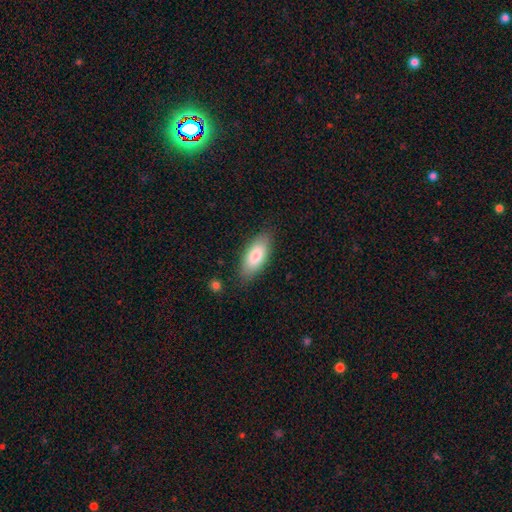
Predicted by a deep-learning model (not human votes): A smooth galaxy with no disk features (81%) that is in between round and cigar-shaped (82%). Merging: none (83%).